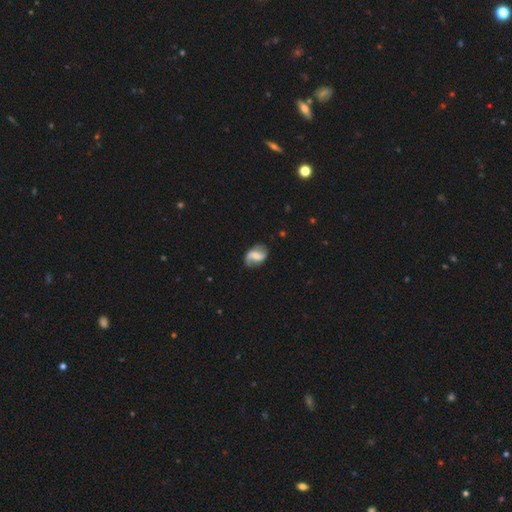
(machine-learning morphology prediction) smooth_or_featured: featured or disk (p=0.70) [alt: smooth p=0.23]
disk_edge_on: no (p=0.97) [alt: yes p=0.03]
bar: weak (p=0.47) [alt: strong p=0.27]
has_spiral_arms: yes (p=0.92) [alt: no p=0.08]
spiral_winding: loose (p=0.54) [alt: medium p=0.33]
spiral_arm_count: 2 (p=0.83) [alt: 1 p=0.10]
bulge_size: none (p=0.30) [alt: moderate p=0.28]
merging: none (p=0.73) [alt: minor disturbance p=0.19]